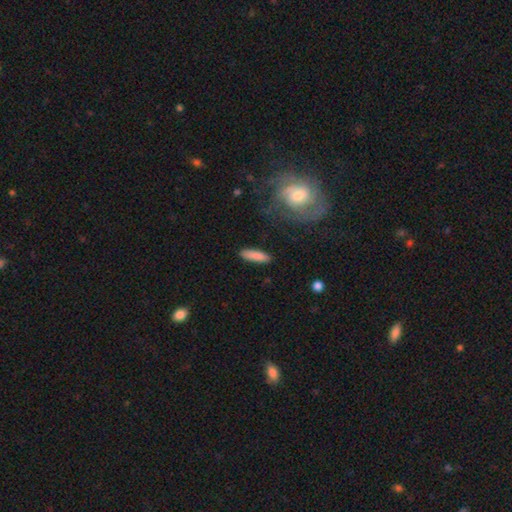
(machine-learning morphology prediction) A smooth galaxy with no disk features (86%) that is cigar-shaped (65%).

Vote fractions:
- Smooth or featured? smooth: 86% / featured or disk: 8% / star or artifact: 6%
- How rounded? cigar-shaped: 65% / in between: 33% / round: 2%
- Merging? none: 87% / minor disturbance: 9% / major disturbance: 2% / merger: 2%